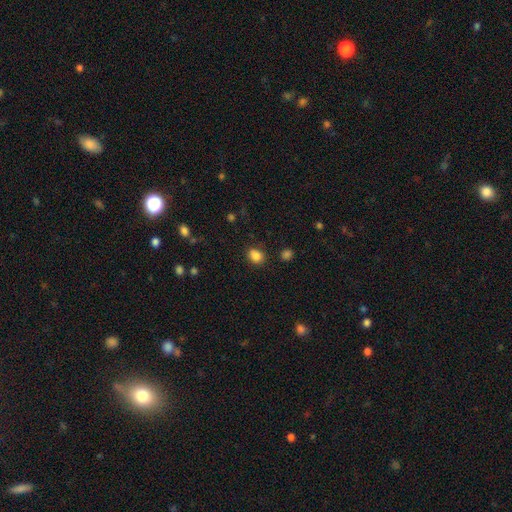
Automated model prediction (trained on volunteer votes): smooth-or-featured: smooth: 86% | star or artifact: 10% | featured or disk: 4%
  how-rounded: in between: 59% | round: 40% | cigar-shaped: 1%
  merging: none: 82% | minor disturbance: 12% | major disturbance: 3% | merger: 3%